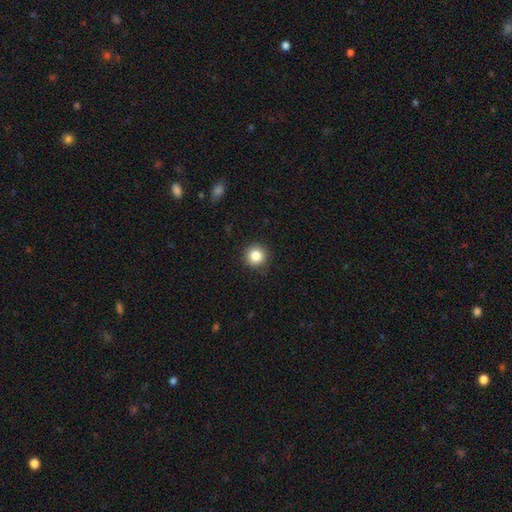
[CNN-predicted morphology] Overall: smooth (84%). How rounded: round (95%). Merging: none (90%).